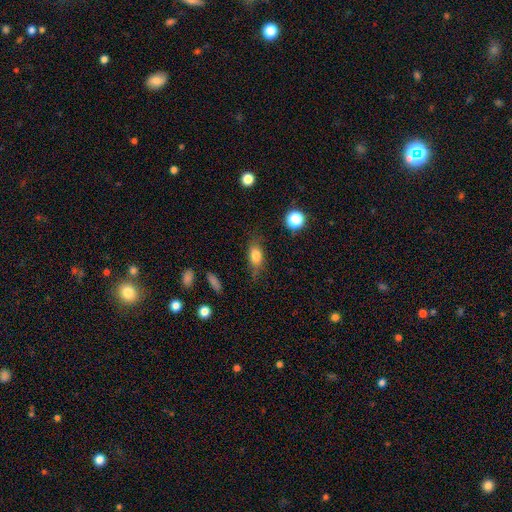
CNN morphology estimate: A smooth galaxy with no disk features (77%) that is in between round and cigar-shaped (77%). Merging: none (69%).